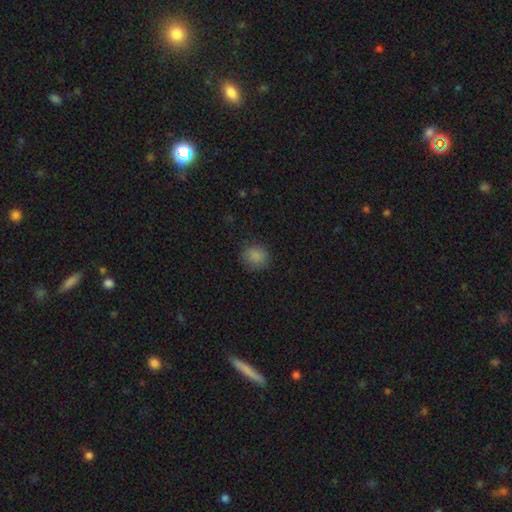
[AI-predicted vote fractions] Smooth or featured: smooth — 85% (star or artifact — 11%)
How rounded: round — 81% (in between — 18%)
Merging: none — 84% (minor disturbance — 12%)